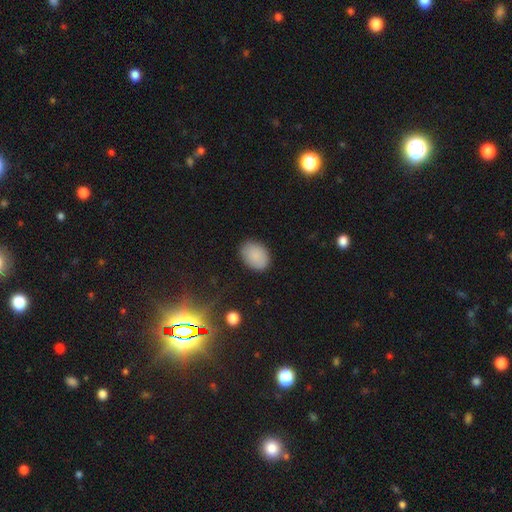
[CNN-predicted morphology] A smooth galaxy with no disk features (88%) that is in between round and cigar-shaped (78%).

Vote fractions:
- Smooth or featured? smooth: 88% / star or artifact: 8% / featured or disk: 5%
- How rounded? in between: 78% / round: 21% / cigar-shaped: 1%
- Merging? none: 86% / minor disturbance: 11% / major disturbance: 3% / merger: 1%